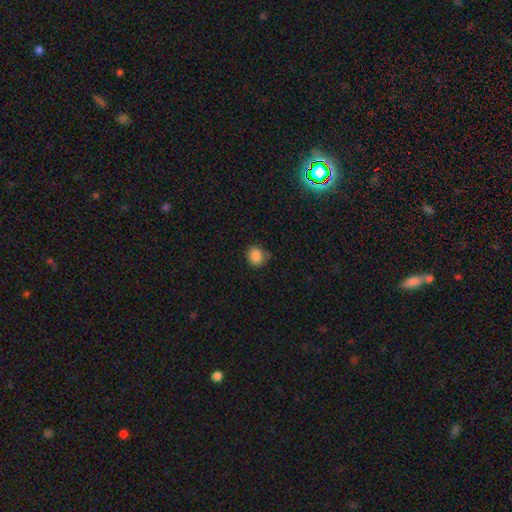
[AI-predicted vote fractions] Smooth or featured?
  - smooth: 87% *
  - star or artifact: 10%
  - featured or disk: 4%
How rounded?
  - round: 82% *
  - in between: 17%
  - cigar-shaped: 1%
Merging?
  - none: 77% *
  - minor disturbance: 17%
  - major disturbance: 3%
  - merger: 2%